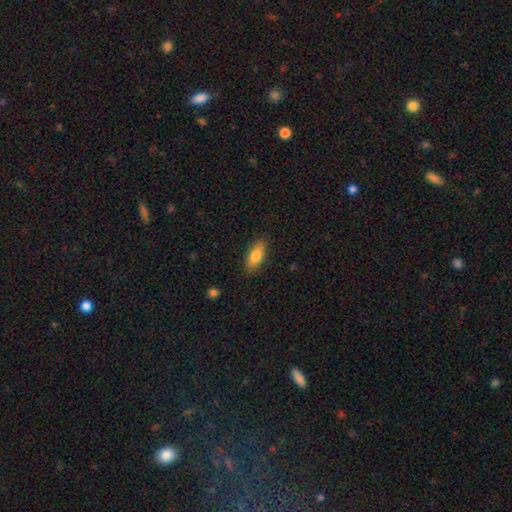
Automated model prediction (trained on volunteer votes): Morphology: type=smooth (81%); roundness=in between (83%); merging=none (86%).